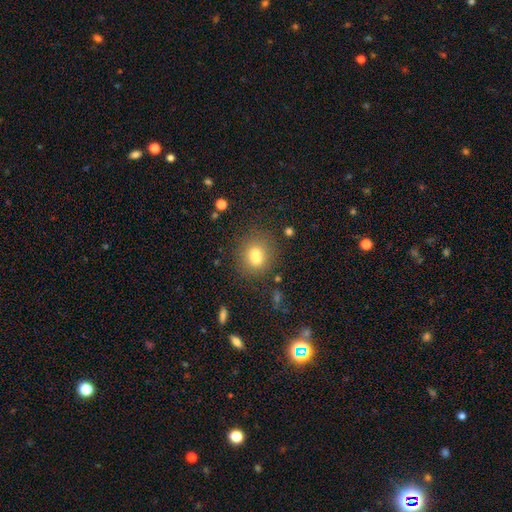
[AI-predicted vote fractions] Overall: smooth (66%). How rounded: round (73%). Merging: none (44%; merger 43%).